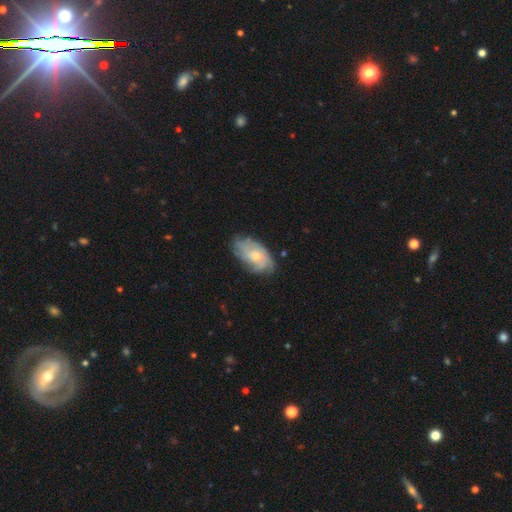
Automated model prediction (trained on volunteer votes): This is likely a featured or disk galaxy (62%). It is clearly not viewed edge-on (95%). Bar: likely no (68%). Spiral arm pattern: clearly yes (82%). Central bulge: possibly small (54%). Merging: likely none (66%).